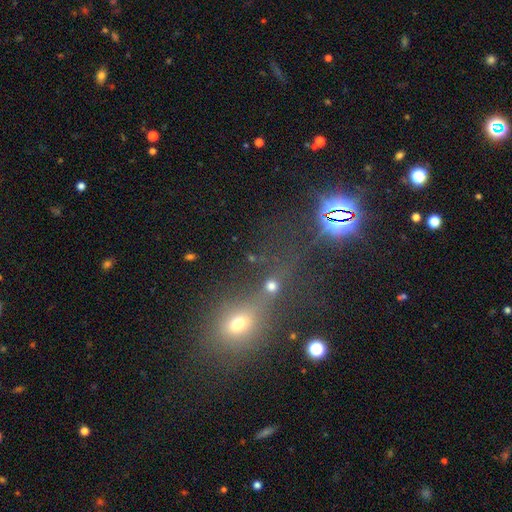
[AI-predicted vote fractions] Smooth or featured?
  - star or artifact: 48% *
  - smooth: 41%
  - featured or disk: 10%